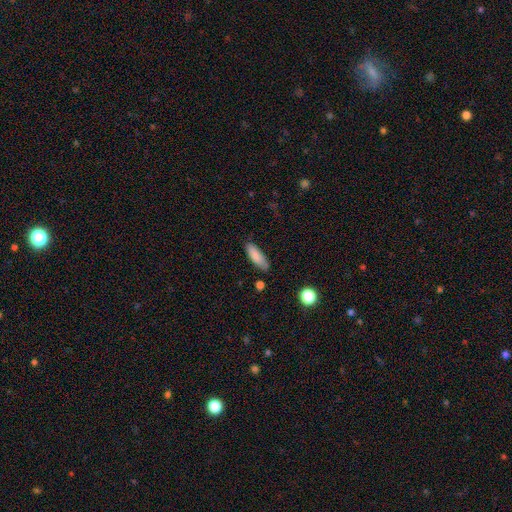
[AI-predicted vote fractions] This appears to be a smooth galaxy with no disk features (85%) that is in between round and cigar-shaped (58%). Merging: none (79%).